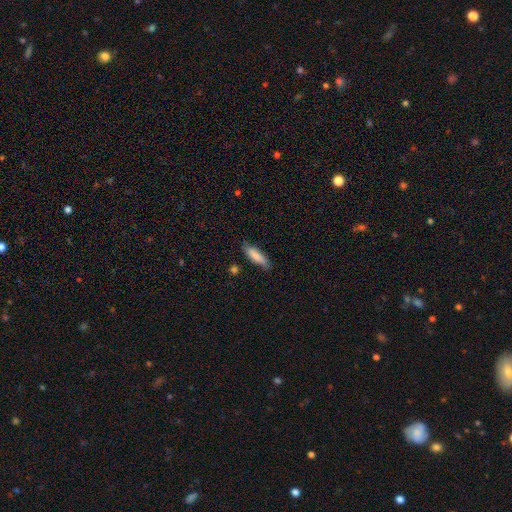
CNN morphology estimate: Smooth or featured: smooth — 82% (featured or disk — 12%)
How rounded: cigar-shaped — 59% (in between — 39%)
Merging: none — 79% (minor disturbance — 16%)